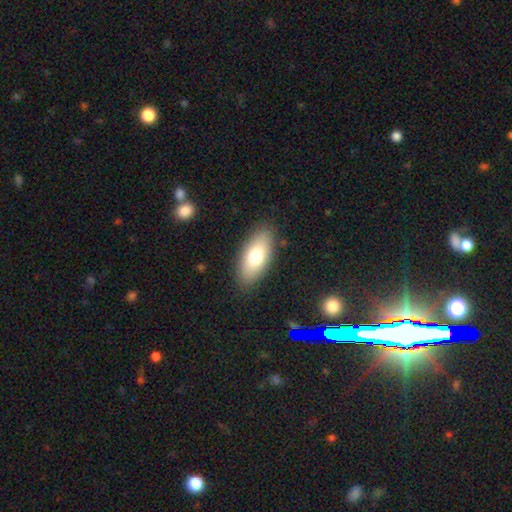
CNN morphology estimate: This is likely a smooth galaxy (72%). How rounded: likely in between (80%). Merging: clearly none (88%).